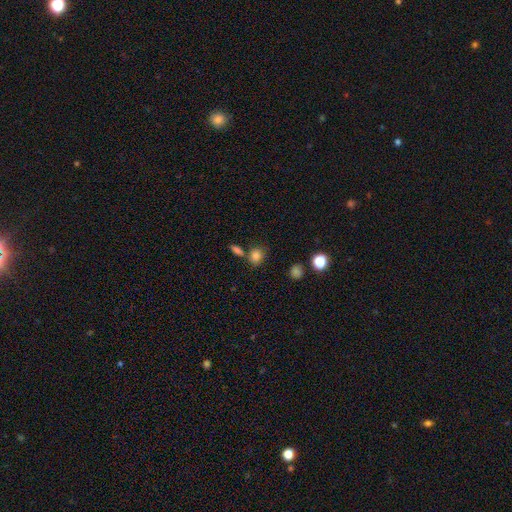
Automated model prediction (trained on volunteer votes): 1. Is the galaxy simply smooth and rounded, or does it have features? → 82% smooth, 11% star or artifact, 7% featured or disk.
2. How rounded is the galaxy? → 70% round, 28% in between, 1% cigar-shaped.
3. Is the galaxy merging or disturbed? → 68% none, 16% merger, 12% minor disturbance, 4% major disturbance.